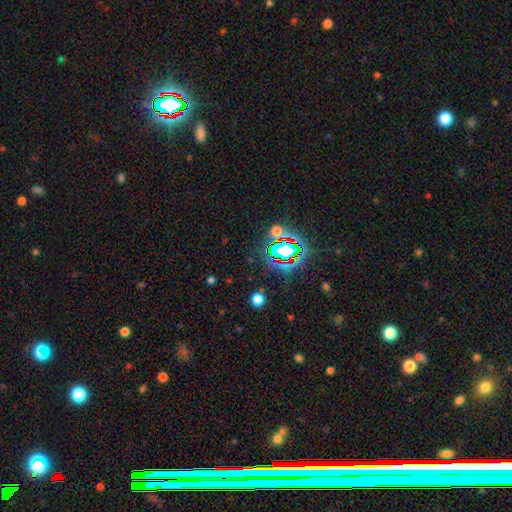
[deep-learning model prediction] Morphology: type=star or artifact (79%).